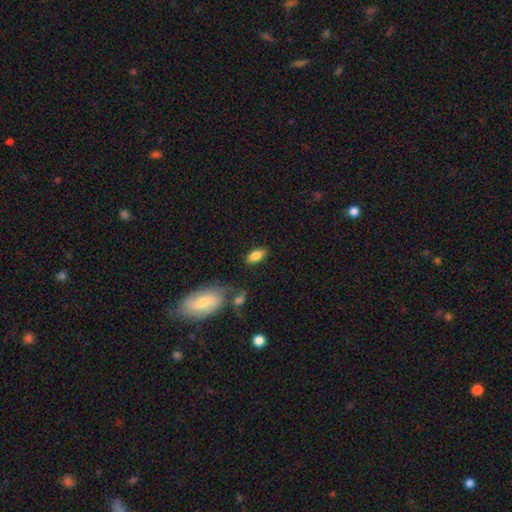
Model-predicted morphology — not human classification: smooth_or_featured: smooth (p=0.81) [alt: featured or disk p=0.12]
how_rounded: in between (p=0.88) [alt: cigar-shaped p=0.08]
merging: none (p=0.82) [alt: minor disturbance p=0.11]